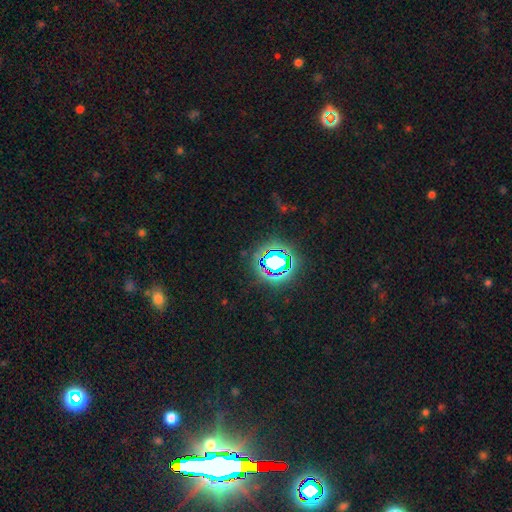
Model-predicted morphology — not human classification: star or artifact 78%, smooth 14%, featured or disk 8%.